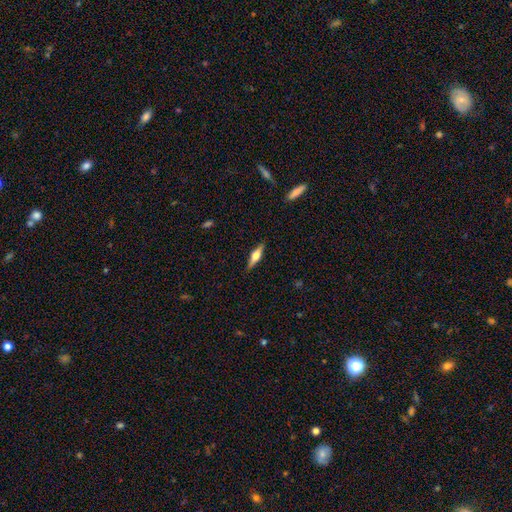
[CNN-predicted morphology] Overall: featured or disk (53%; smooth 41%). Edge-on disk: yes (94%). Merging: none (89%).